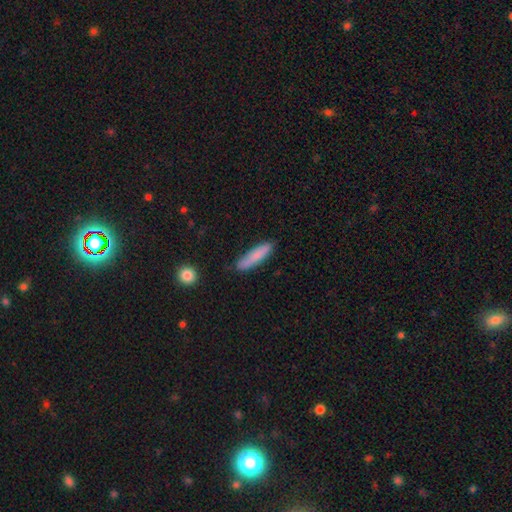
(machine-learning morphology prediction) type=smooth (81%); roundness=cigar-shaped (81%); merging=none (82%).